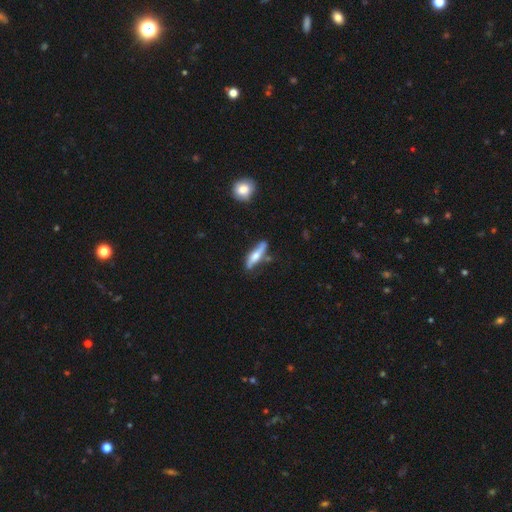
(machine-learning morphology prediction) A smooth galaxy with no disk features (48%).

Vote fractions:
- Smooth or featured? smooth: 48% / featured or disk: 46% / star or artifact: 6%
- Merging? none: 69% / minor disturbance: 21% / merger: 5% / major disturbance: 5%